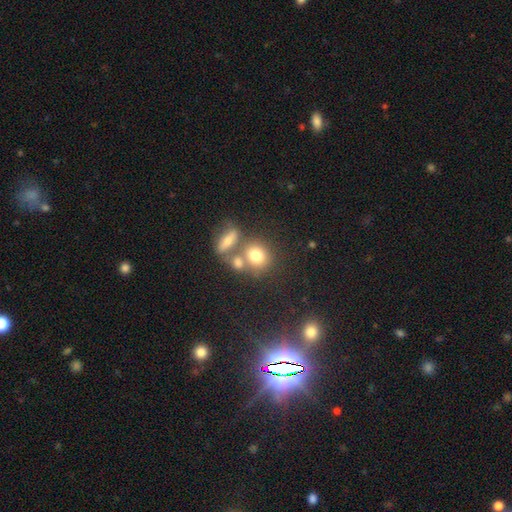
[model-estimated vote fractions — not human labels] Q: Smooth or featured?
A: smooth (73%); runner-up: featured or disk (15%)
Q: How rounded?
A: round (71%); runner-up: in between (27%)
Q: Merging?
A: none (48%); runner-up: merger (37%)